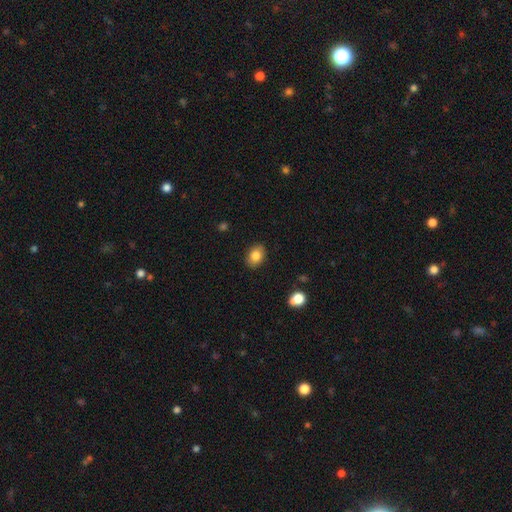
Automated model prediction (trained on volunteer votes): This is clearly a smooth galaxy (83%). How rounded: likely in between (68%). Merging: clearly none (88%).